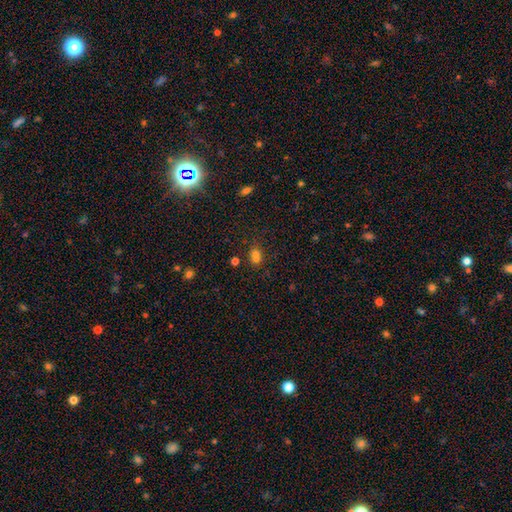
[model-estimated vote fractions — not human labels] This appears to be a smooth galaxy with no disk features (66%) that is round (62%). Merging: merger (46%).